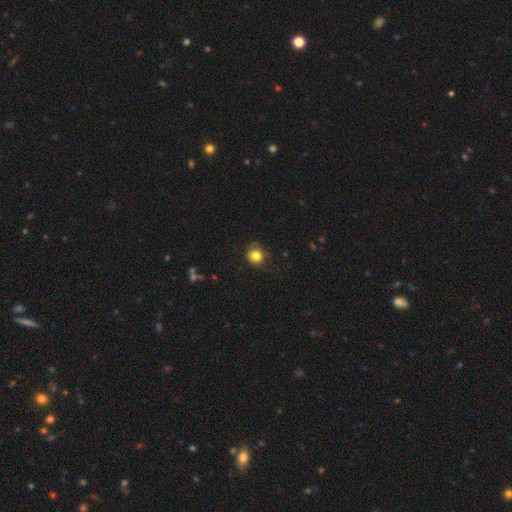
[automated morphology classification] This is clearly a smooth galaxy (83%). How rounded: clearly round (82%). Merging: likely none (77%).